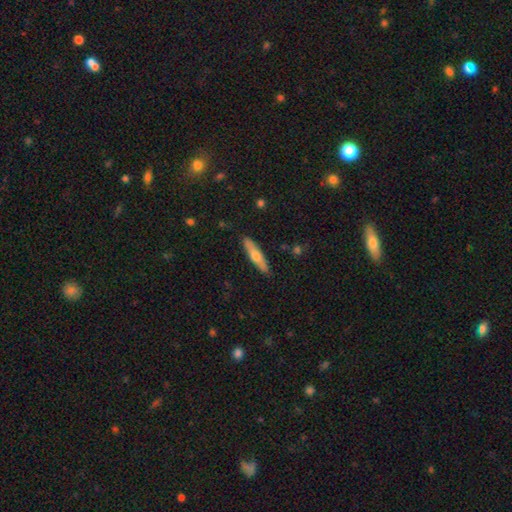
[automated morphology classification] smooth-or-featured: smooth: 55% | featured or disk: 39% | star or artifact: 6%
  how-rounded: cigar-shaped: 77% | in between: 21% | round: 2%
  merging: none: 88% | minor disturbance: 9% | major disturbance: 2% | merger: 1%